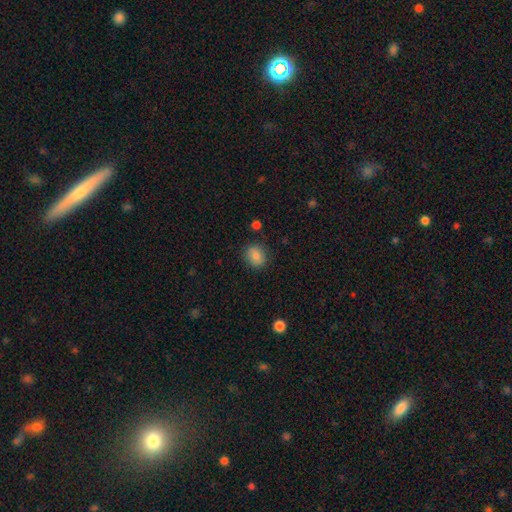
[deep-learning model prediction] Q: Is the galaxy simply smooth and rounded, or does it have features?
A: smooth — 85%.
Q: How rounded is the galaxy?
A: round — 64%.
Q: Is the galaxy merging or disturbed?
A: none — 84%.